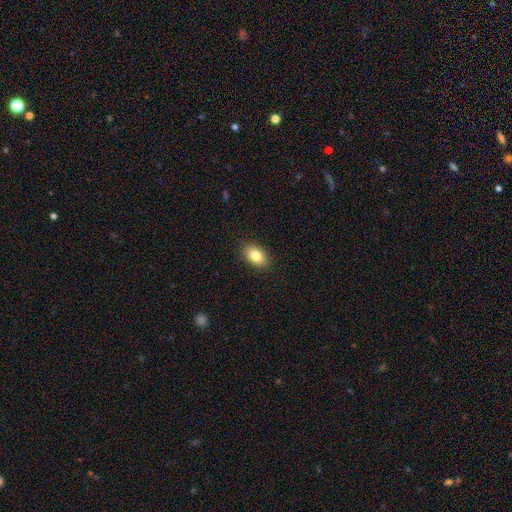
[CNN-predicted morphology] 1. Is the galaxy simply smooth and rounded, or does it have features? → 83% smooth, 9% featured or disk, 8% star or artifact.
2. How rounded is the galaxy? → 89% in between, 9% round, 2% cigar-shaped.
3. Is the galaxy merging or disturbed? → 88% none, 9% minor disturbance, 2% major disturbance, 1% merger.